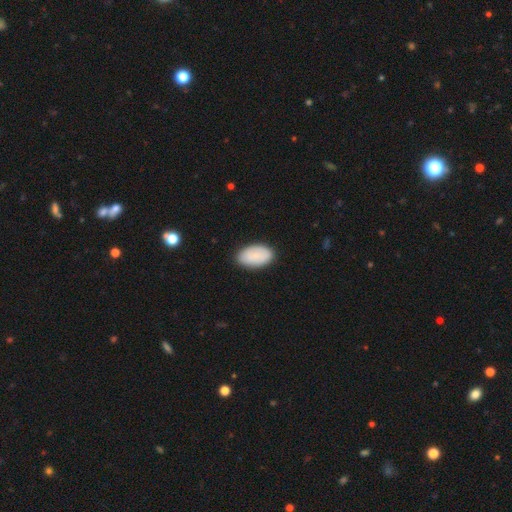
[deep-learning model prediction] This is clearly a smooth galaxy (82%). How rounded: clearly in between (95%). Merging: clearly none (85%).